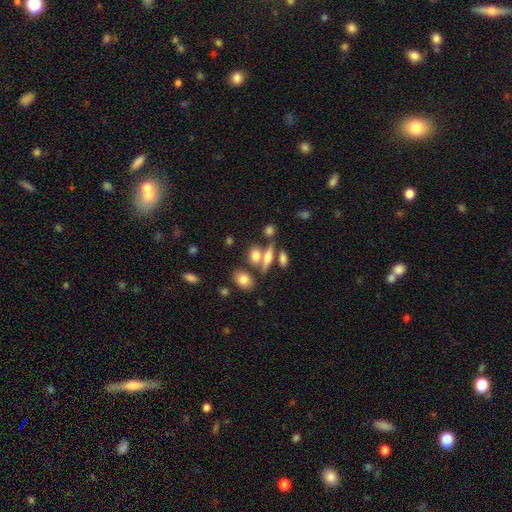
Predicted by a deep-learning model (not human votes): Smooth or featured: smooth — 69% (featured or disk — 19%)
How rounded: in between — 62% (round — 23%)
Merging: none — 53% (merger — 31%)